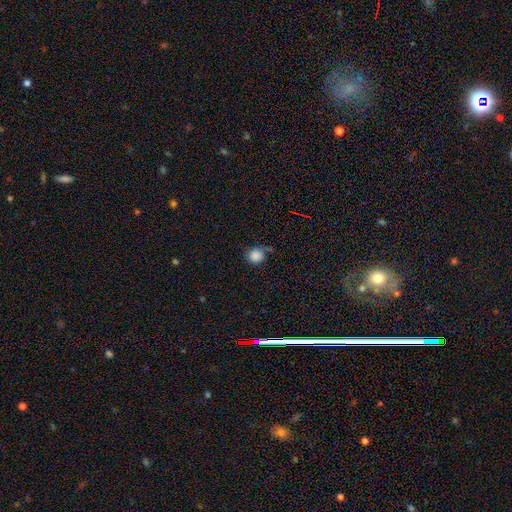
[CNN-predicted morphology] The model was most divided on "merging": none: 66%, minor disturbance: 22%, merger: 6%, major disturbance: 5%. More confident: how rounded — round (90%); smooth or featured — smooth (85%).